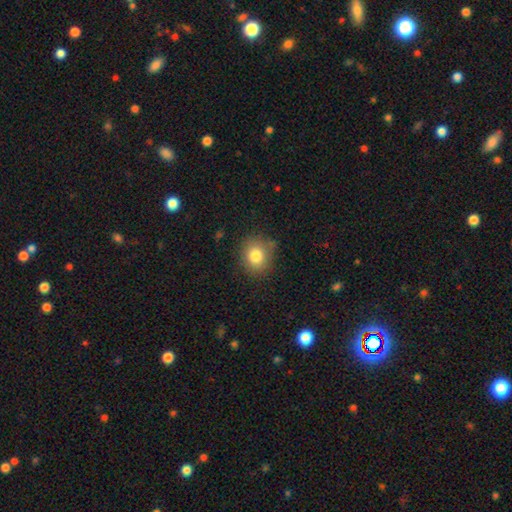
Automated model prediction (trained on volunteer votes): Smooth or featured?
  - smooth: 80% *
  - star or artifact: 11%
  - featured or disk: 9%
How rounded?
  - round: 73% *
  - in between: 26%
  - cigar-shaped: 1%
Merging?
  - none: 79% *
  - minor disturbance: 15%
  - major disturbance: 4%
  - merger: 2%